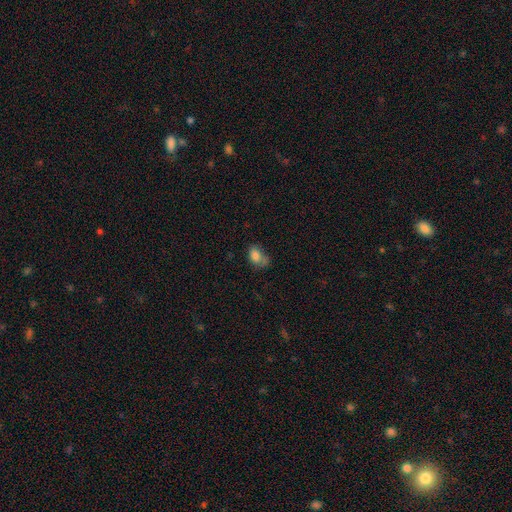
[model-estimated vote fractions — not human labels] Smooth or featured? Predicted: smooth (p=0.79). How rounded? Predicted: in between (p=0.81). Merging? Predicted: none (p=0.35).